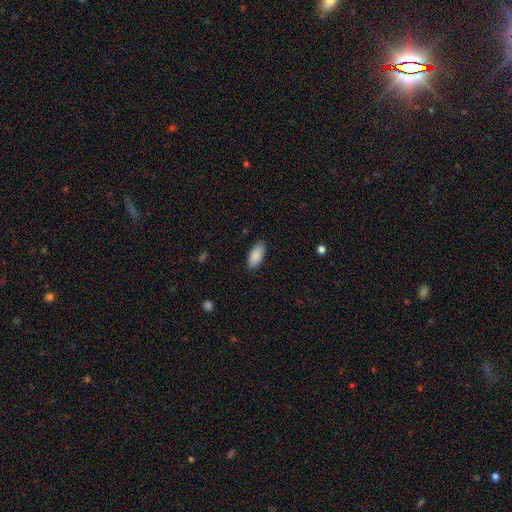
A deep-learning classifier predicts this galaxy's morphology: A smooth galaxy with no disk features (89%) that is in between round and cigar-shaped (89%). Merging: none (87%).